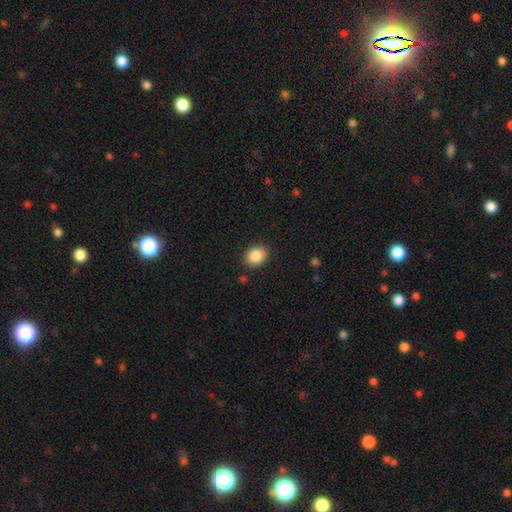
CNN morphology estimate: smooth 87%, star or artifact 9%, featured or disk 4%. Down the decision tree: how rounded — round (70%); merging — none (83%).